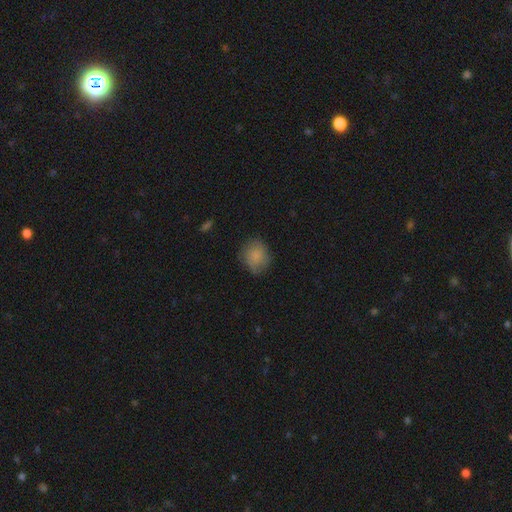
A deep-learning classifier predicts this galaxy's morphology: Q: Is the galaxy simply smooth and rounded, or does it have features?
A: smooth — 83%.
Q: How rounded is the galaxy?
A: round — 74%.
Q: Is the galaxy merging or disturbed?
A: none — 77%.